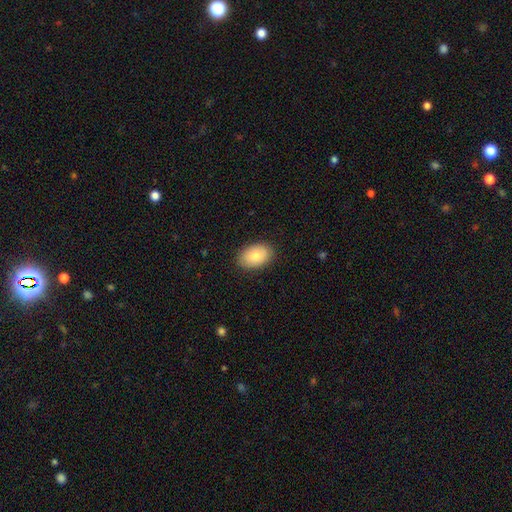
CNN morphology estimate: Smooth or featured?
  - smooth: 83% *
  - featured or disk: 11%
  - star or artifact: 6%
How rounded?
  - in between: 88% *
  - round: 11%
  - cigar-shaped: 1%
Merging?
  - none: 87% *
  - minor disturbance: 10%
  - major disturbance: 2%
  - merger: 1%